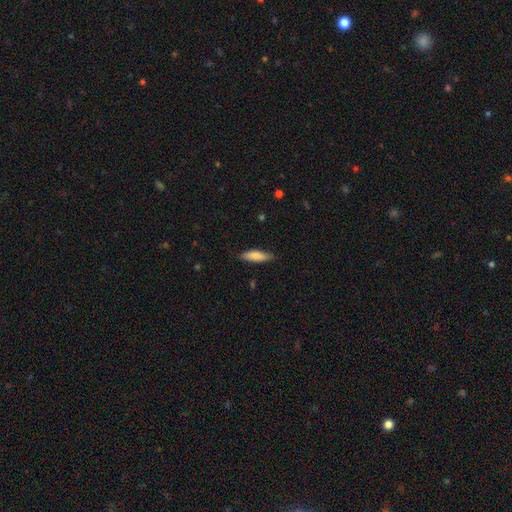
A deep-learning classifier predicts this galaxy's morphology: Smooth or featured? smooth (81%)
How rounded? cigar-shaped (62%)
Merging? none (85%)